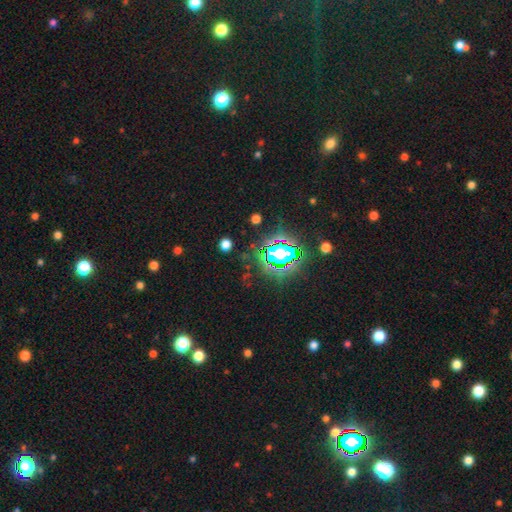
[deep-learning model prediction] Morphology: type=star or artifact (77%).